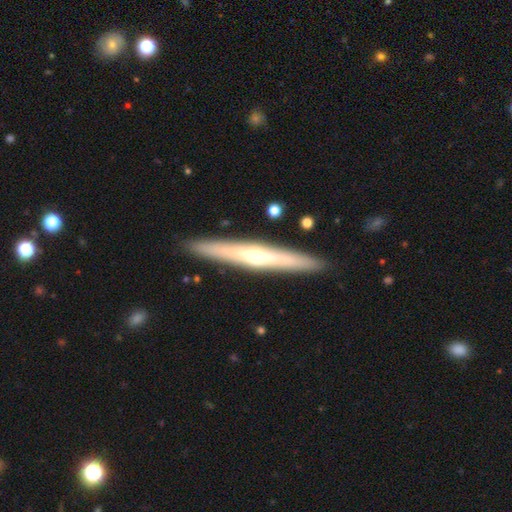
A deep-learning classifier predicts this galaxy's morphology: Smooth or featured?
  - featured or disk: 64% *
  - smooth: 31%
  - star or artifact: 5%
Edge-on disk?
  - yes: 95% *
  - no: 5%
Edge-on bulge?
  - rounded: 82% *
  - none: 14%
  - boxy: 4%
Merging?
  - none: 91% *
  - minor disturbance: 6%
  - major disturbance: 1%
  - merger: 1%